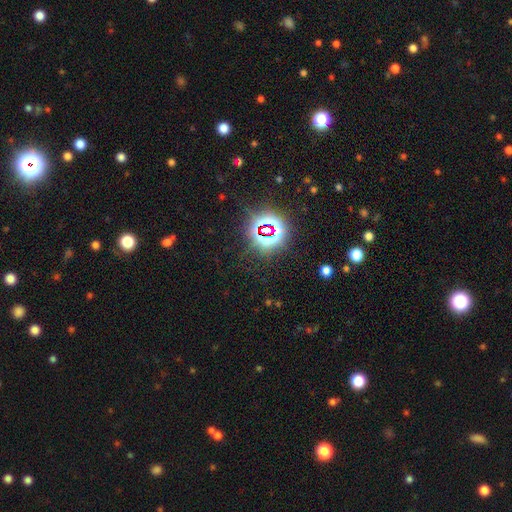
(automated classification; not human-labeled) smooth-or-featured: star or artifact: 79% | smooth: 13% | featured or disk: 7%